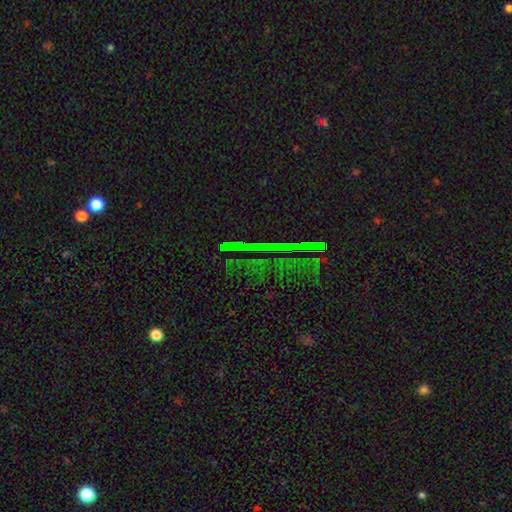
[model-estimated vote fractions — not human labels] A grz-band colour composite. It shows a star or artifact, not a galaxy (77%).